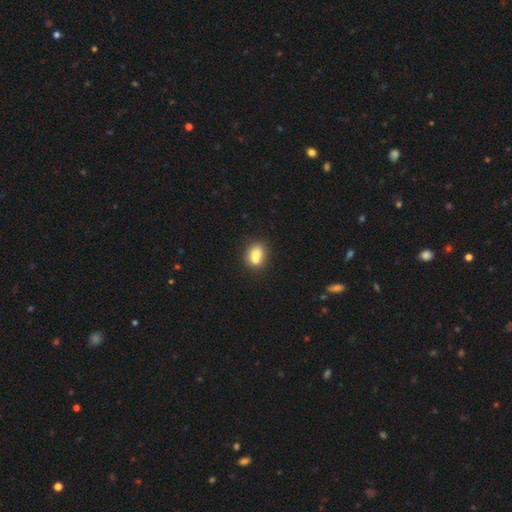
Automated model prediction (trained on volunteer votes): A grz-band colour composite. It shows a smooth galaxy with no disk features (73%) that is in between round and cigar-shaped (52%). Merging: none (42%).